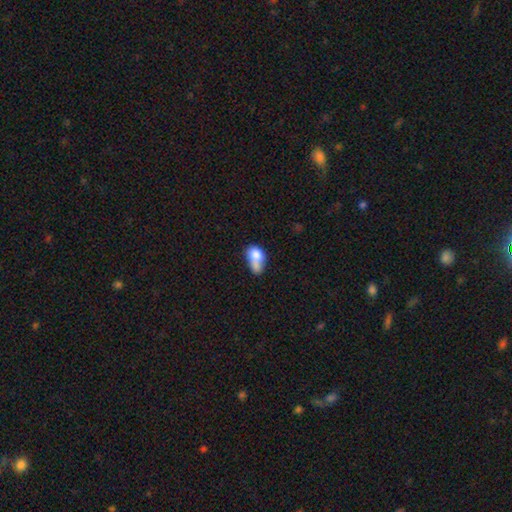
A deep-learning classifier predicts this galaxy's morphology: This appears to be a smooth galaxy with no disk features (74%) that is in between round and cigar-shaped (76%). Merging: merger (50%).